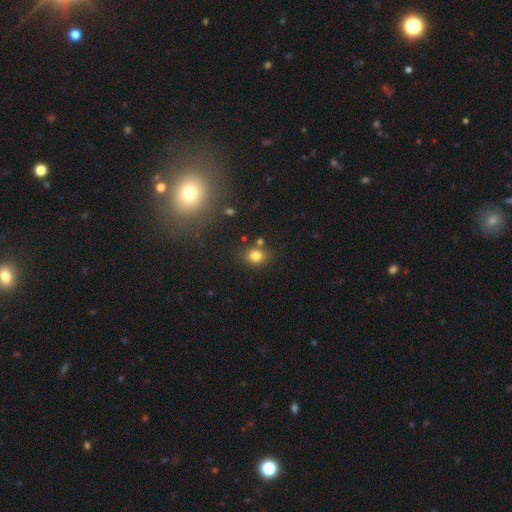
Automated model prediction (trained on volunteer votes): Q: Smooth or featured?
A: smooth (80%); runner-up: star or artifact (13%)
Q: How rounded?
A: round (62%); runner-up: in between (37%)
Q: Merging?
A: none (74%); runner-up: minor disturbance (12%)